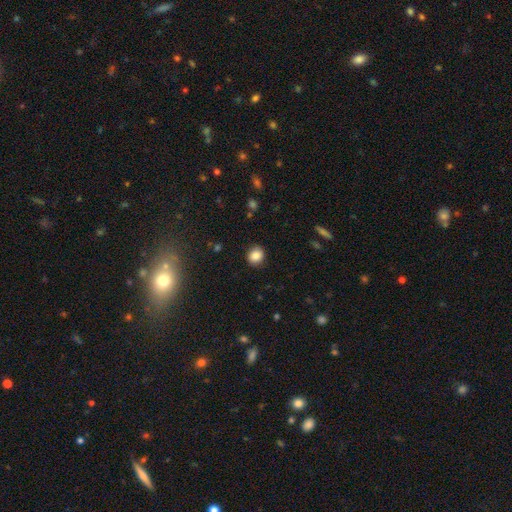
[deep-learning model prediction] The model was most divided on "how rounded": round: 71%, in between: 28%, cigar-shaped: 1%. More confident: merging — none (88%); smooth or featured — smooth (86%).